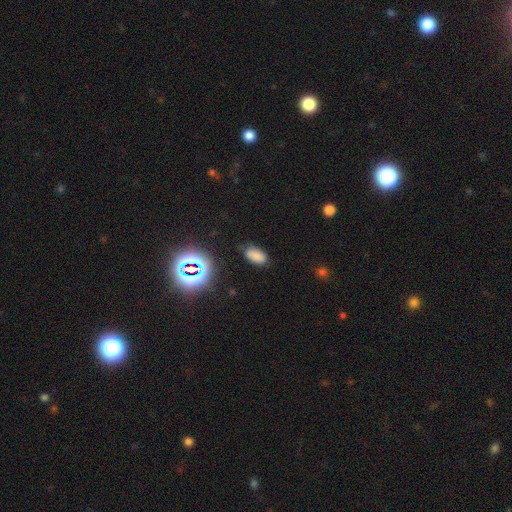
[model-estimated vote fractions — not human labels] Morphology: type=smooth (74%); roundness=in between (92%); merging=none (79%).